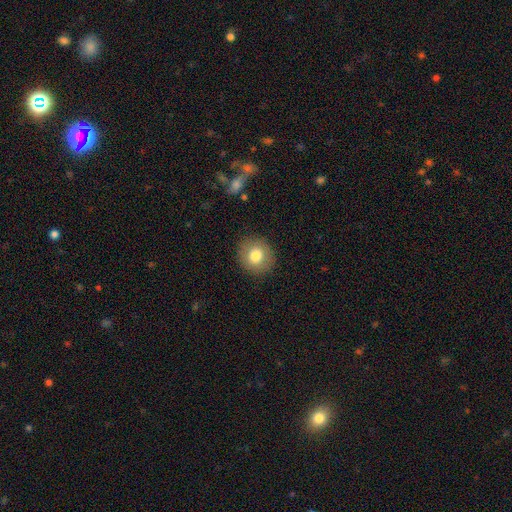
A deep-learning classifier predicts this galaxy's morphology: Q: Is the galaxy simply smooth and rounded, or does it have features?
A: smooth — 79%.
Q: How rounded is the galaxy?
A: round — 87%.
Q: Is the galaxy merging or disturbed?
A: none — 90%.